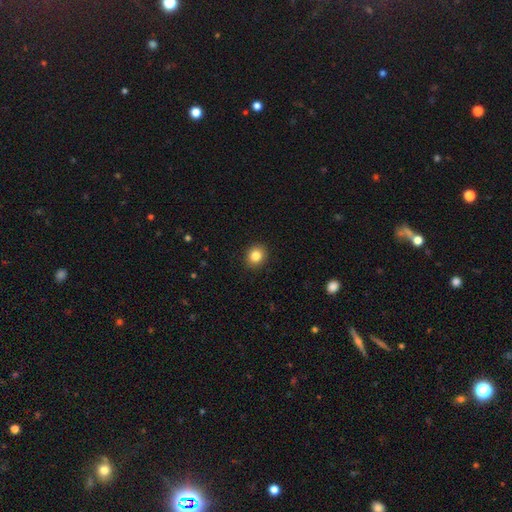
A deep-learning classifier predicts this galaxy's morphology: smooth_or_featured: smooth (p=0.84) [alt: star or artifact p=0.10]
how_rounded: round (p=0.75) [alt: in between p=0.24]
merging: none (p=0.91) [alt: minor disturbance p=0.06]